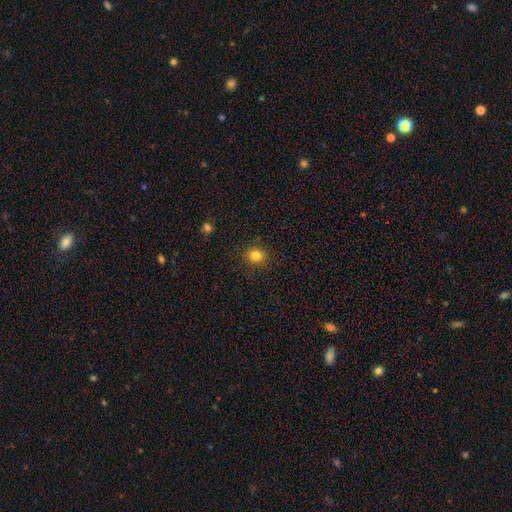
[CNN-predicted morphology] The model was most divided on "smooth or featured": smooth: 83%, star or artifact: 12%, featured or disk: 5%. More confident: merging — none (90%); how rounded — round (87%).